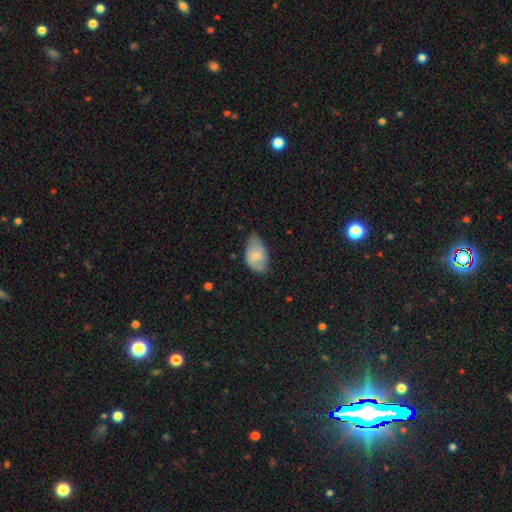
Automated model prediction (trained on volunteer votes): Smooth or featured? smooth (65%)
How rounded? in between (92%)
Merging? none (52%)